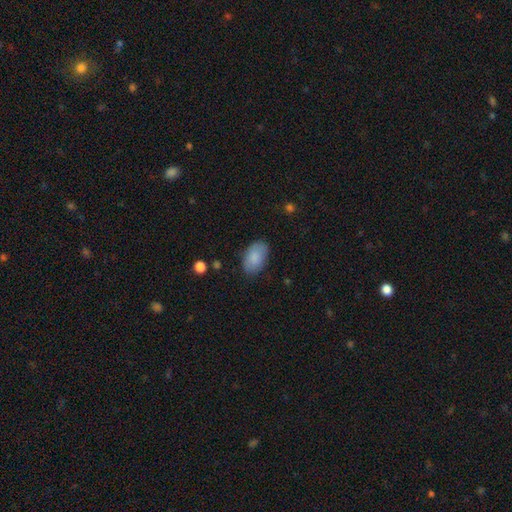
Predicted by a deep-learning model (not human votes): Smooth or featured: smooth — 86% (featured or disk — 7%)
How rounded: in between — 93% (round — 5%)
Merging: none — 81% (minor disturbance — 14%)